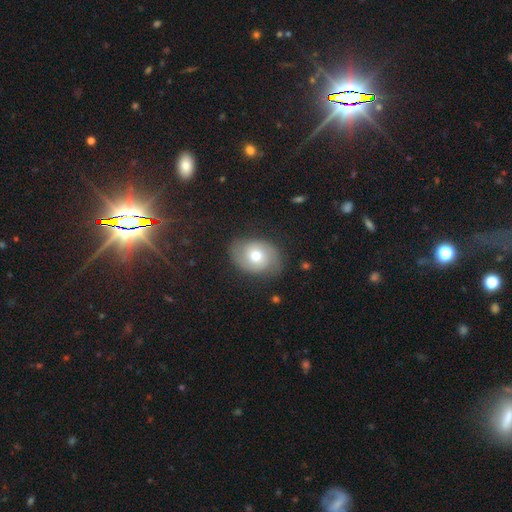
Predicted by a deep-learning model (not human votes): A featured or disk galaxy (48%).

Vote fractions:
- Smooth or featured? featured or disk: 48% / smooth: 44% / star or artifact: 8%
- Merging? none: 75% / minor disturbance: 18% / major disturbance: 6% / merger: 1%